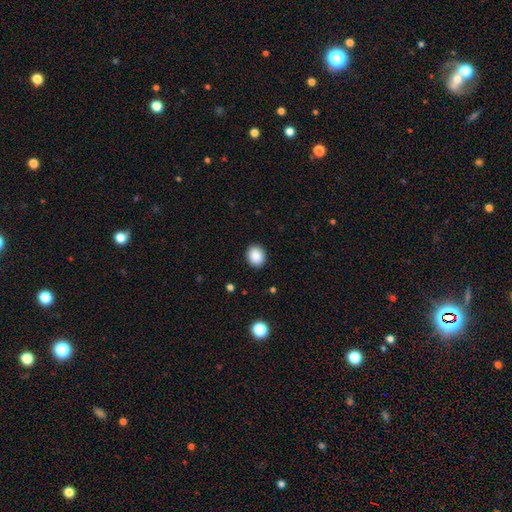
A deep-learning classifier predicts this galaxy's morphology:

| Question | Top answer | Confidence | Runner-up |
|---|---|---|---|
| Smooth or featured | smooth | 88% | star or artifact (8%) |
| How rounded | round | 65% | in between (34%) |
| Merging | none | 91% | minor disturbance (7%) |